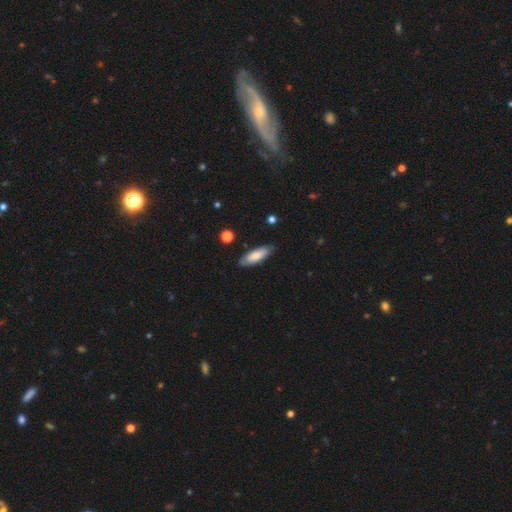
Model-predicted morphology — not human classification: smooth 74%, featured or disk 20%, star or artifact 6%. Down the decision tree: how rounded — in between (60%); merging — none (82%).